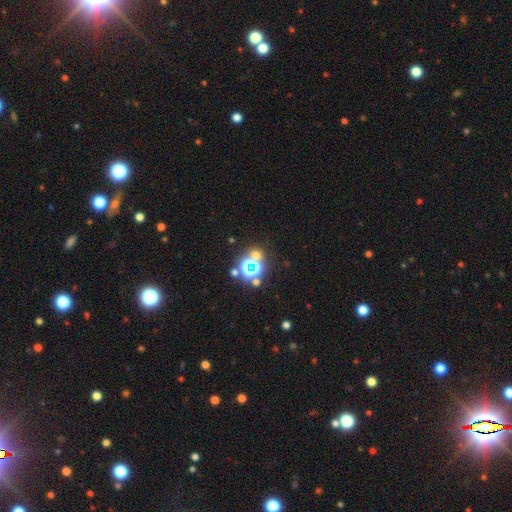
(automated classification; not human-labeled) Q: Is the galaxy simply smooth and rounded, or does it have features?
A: star or artifact — 56%.